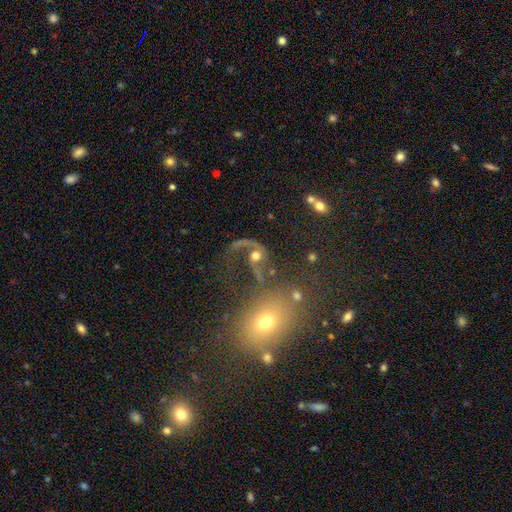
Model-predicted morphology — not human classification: A featured or disk galaxy (68%) with no bar (64%), 2 (53%) loose (77%) spiral arms (85%) and a moderate central bulge (56%).

Vote fractions:
- Smooth or featured? featured or disk: 68% / smooth: 21% / star or artifact: 11%
- Edge-on disk? no: 97% / yes: 3%
- Bar? no: 64% / weak: 26% / strong: 10%
- Spiral arms? yes: 85% / no: 15%
- Spiral winding? loose: 77% / medium: 19% / tight: 5%
- Spiral arm count? 2: 53% / 1: 42% / can't tell: 2% / 3: 1% / 4: 1% / more than 4: 1%
- Bulge size? moderate: 56% / small: 18% / large: 18% / none: 4% / dominant: 4%
- Merging? none: 36% / major disturbance: 30% / merger: 21% / minor disturbance: 14%